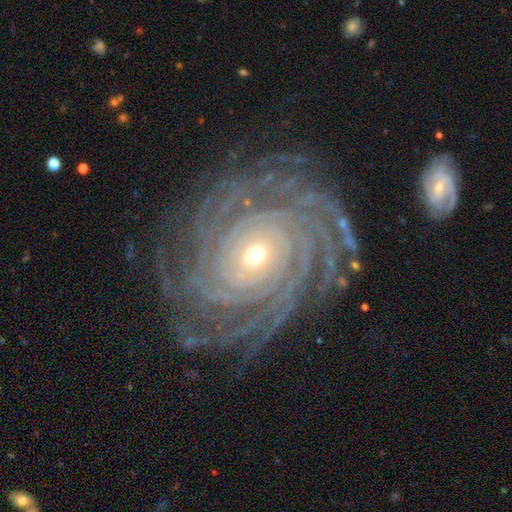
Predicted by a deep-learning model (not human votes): featured or disk 92%, star or artifact 5%, smooth 3%. Down the decision tree: edge-on disk — no (97%); bar — no (63%); spiral arms — yes (99%); spiral arm count — more than 4 (42%); spiral winding — tight (87%); bulge size — small (57%); merging — none (81%).